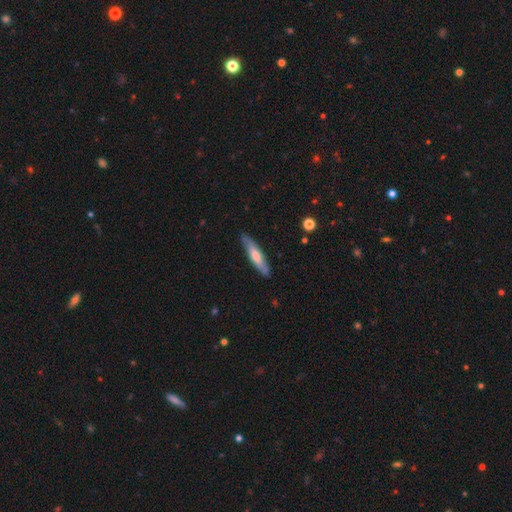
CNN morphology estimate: type=smooth (54%); roundness=cigar-shaped (84%); merging=none (84%).